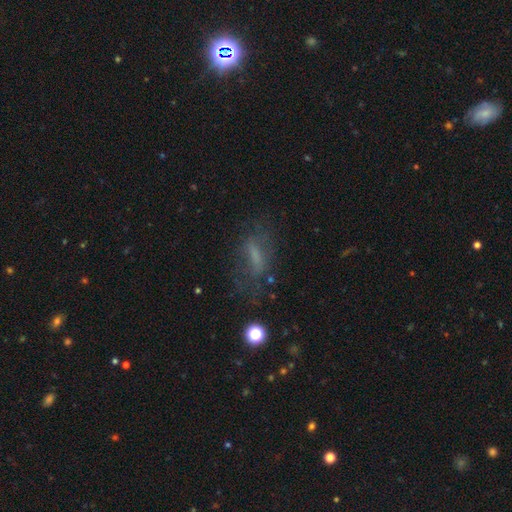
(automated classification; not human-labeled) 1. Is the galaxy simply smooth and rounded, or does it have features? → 46% smooth, 36% featured or disk, 18% star or artifact.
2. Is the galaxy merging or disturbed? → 54% none, 22% major disturbance, 21% minor disturbance, 3% merger.